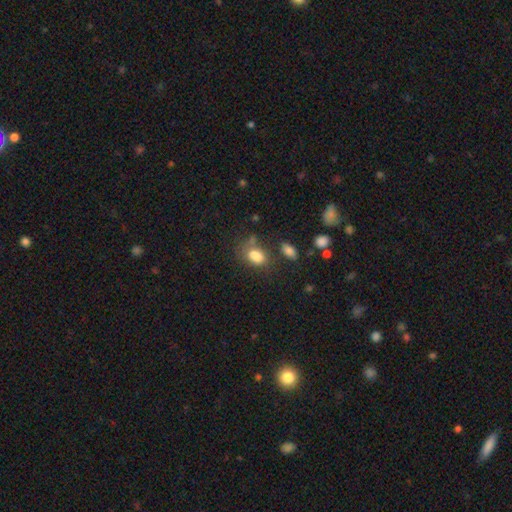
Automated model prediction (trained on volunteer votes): smooth_or_featured: smooth (p=0.78) [alt: star or artifact p=0.12]
how_rounded: in between (p=0.78) [alt: round p=0.20]
merging: none (p=0.41) [alt: minor disturbance p=0.23]